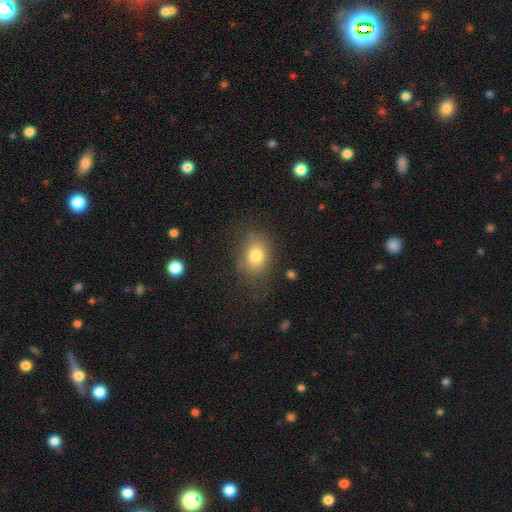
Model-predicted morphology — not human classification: smooth-or-featured: smooth: 77% | featured or disk: 13% | star or artifact: 10%
  how-rounded: in between: 65% | round: 33% | cigar-shaped: 1%
  merging: none: 67% | minor disturbance: 20% | major disturbance: 10% | merger: 2%